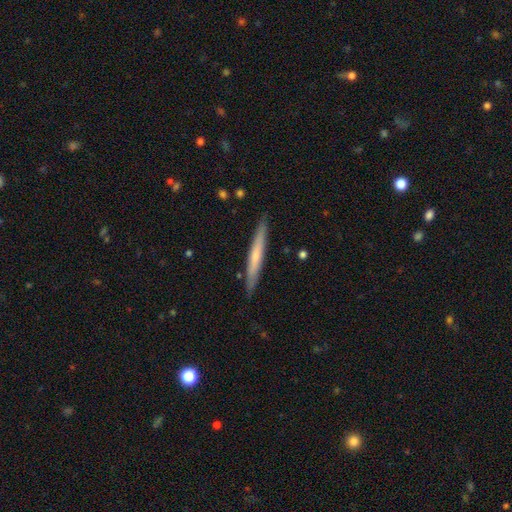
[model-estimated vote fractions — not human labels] Smooth or featured?
  - smooth: 51% *
  - featured or disk: 43%
  - star or artifact: 5%
How rounded?
  - cigar-shaped: 96% *
  - in between: 3%
  - round: 1%
Merging?
  - none: 88% *
  - minor disturbance: 9%
  - major disturbance: 1%
  - merger: 1%